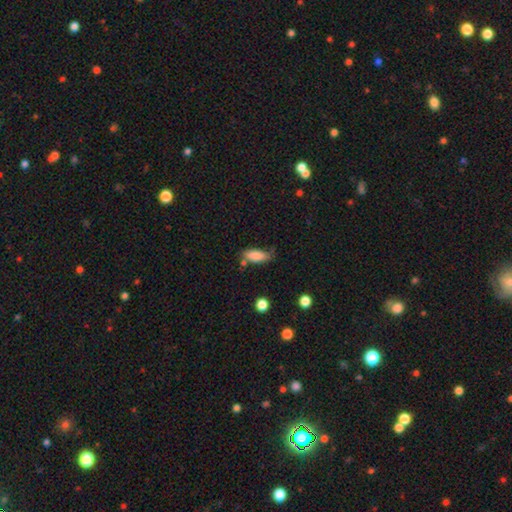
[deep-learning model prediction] A smooth galaxy with no disk features (83%) that is in between round and cigar-shaped (80%). Merging: none (55%).